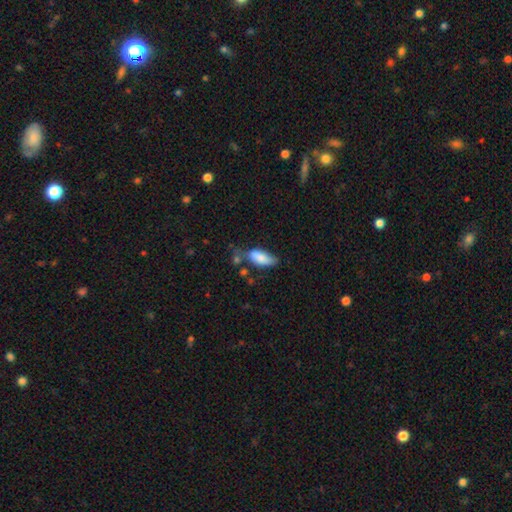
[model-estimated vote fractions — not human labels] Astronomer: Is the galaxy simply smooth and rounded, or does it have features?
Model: smooth — 79%.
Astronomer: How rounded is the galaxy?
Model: in between — 78%.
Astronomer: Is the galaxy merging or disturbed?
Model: none — 48% (runner-up: minor disturbance, 31%).